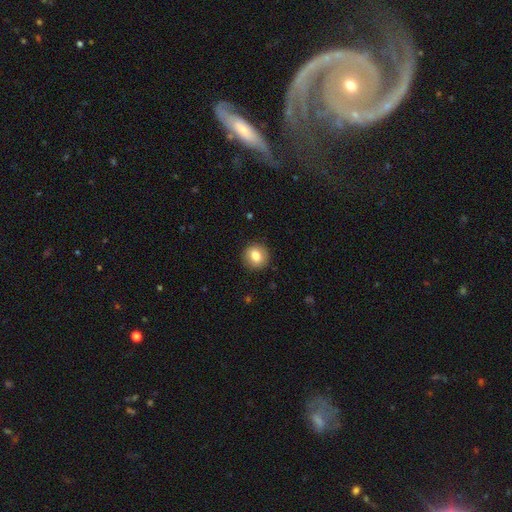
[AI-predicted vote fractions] Smooth or featured: smooth — 81% (featured or disk — 11%)
How rounded: round — 81% (in between — 18%)
Merging: none — 89% (minor disturbance — 7%)